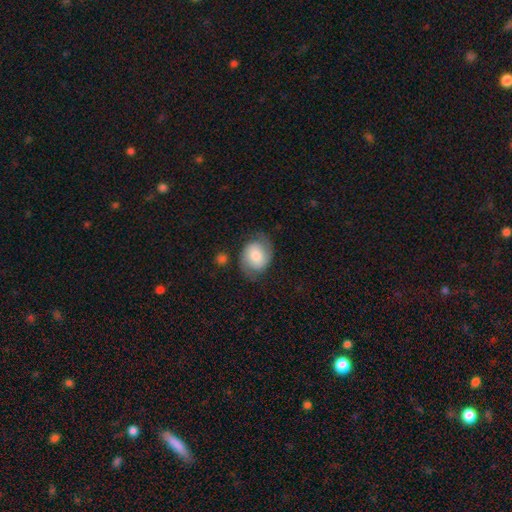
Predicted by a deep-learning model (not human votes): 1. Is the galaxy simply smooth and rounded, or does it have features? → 49% featured or disk, 43% smooth, 8% star or artifact.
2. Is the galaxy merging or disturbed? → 67% none, 21% minor disturbance, 10% major disturbance, 3% merger.